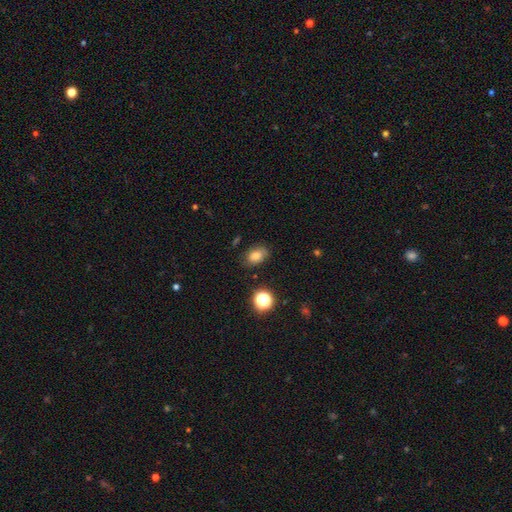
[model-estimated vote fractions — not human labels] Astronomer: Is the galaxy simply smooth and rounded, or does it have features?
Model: smooth — 76%.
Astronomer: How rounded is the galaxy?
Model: in between — 75%.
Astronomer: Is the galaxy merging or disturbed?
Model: none — 78%.